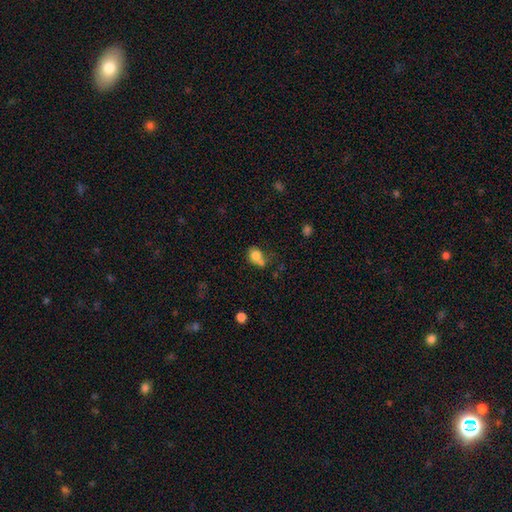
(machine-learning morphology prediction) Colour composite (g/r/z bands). It shows a smooth galaxy with no disk features (78%) that is round (58%). Merging: none (39%).